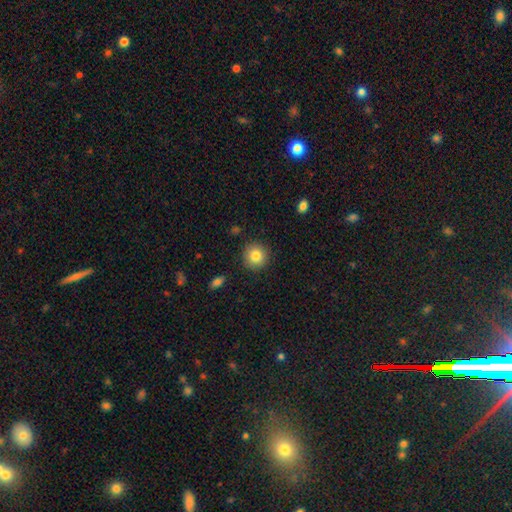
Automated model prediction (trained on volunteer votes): This is clearly a smooth galaxy (83%). How rounded: clearly round (93%). Merging: clearly none (89%).